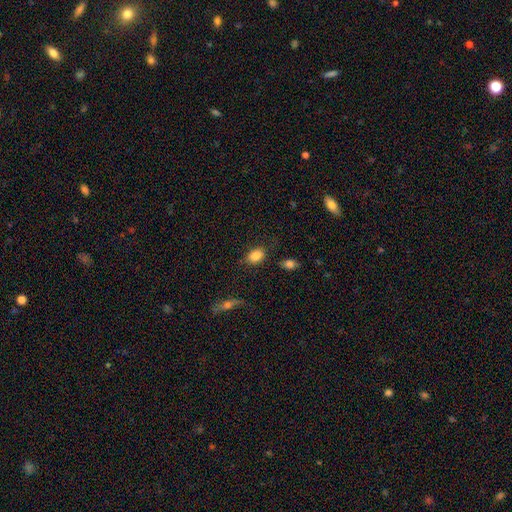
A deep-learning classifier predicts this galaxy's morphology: type=smooth (85%); roundness=in between (80%); merging=none (79%).